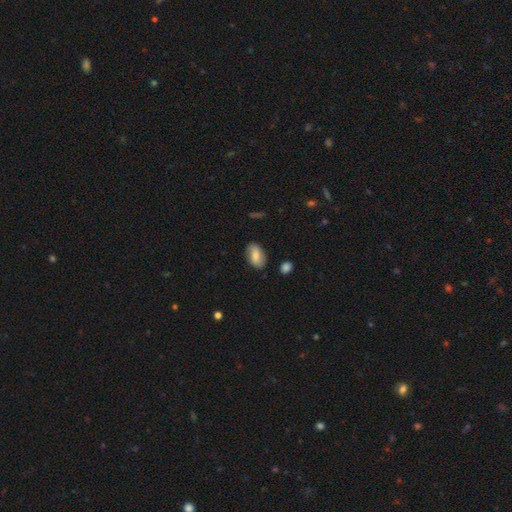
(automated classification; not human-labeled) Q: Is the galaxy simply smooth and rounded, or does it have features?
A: smooth — 74%.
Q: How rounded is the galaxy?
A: in between — 92%.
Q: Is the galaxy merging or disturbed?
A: none — 78%.